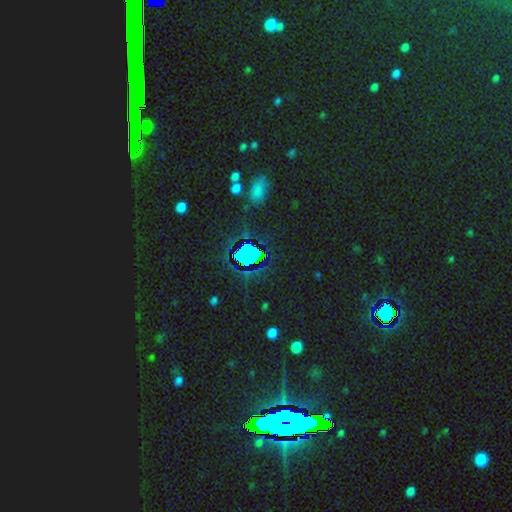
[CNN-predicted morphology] Q: Smooth or featured?
A: star or artifact (76%); runner-up: smooth (17%)